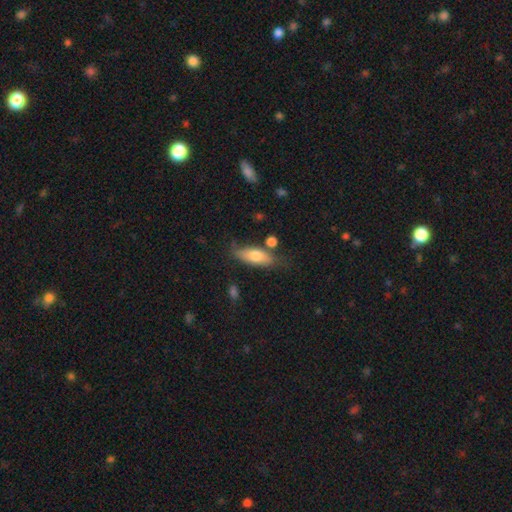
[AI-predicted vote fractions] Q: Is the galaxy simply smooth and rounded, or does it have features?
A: smooth — 69%.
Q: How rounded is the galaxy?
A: in between — 72%.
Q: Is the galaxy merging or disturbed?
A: none — 63%.